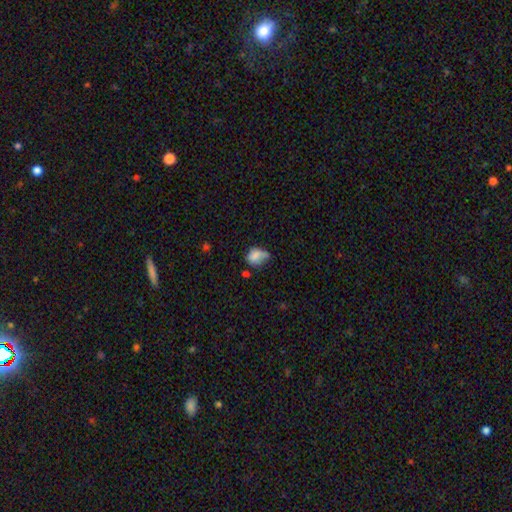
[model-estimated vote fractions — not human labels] A smooth galaxy with no disk features (76%) that is in between round and cigar-shaped (62%).

Vote fractions:
- Smooth or featured? smooth: 76% / featured or disk: 14% / star or artifact: 10%
- How rounded? in between: 62% / round: 36% / cigar-shaped: 1%
- Merging? minor disturbance: 41% / none: 28% / major disturbance: 21% / merger: 10%